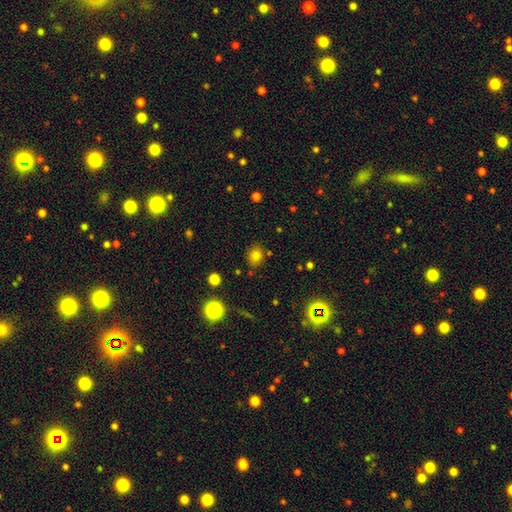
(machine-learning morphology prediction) Smooth or featured?
  - smooth: 76% *
  - star or artifact: 16%
  - featured or disk: 8%
How rounded?
  - round: 66% *
  - in between: 33%
  - cigar-shaped: 1%
Merging?
  - none: 83% *
  - minor disturbance: 11%
  - merger: 4%
  - major disturbance: 3%